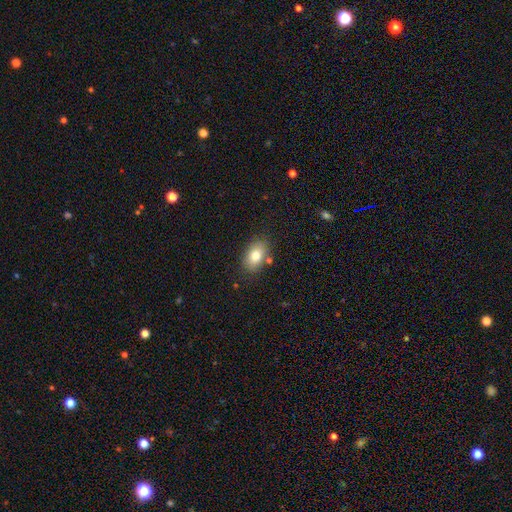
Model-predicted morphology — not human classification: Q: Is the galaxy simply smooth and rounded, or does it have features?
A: smooth — 79%.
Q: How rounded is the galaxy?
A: in between — 85%.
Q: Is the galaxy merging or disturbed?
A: none — 80%.